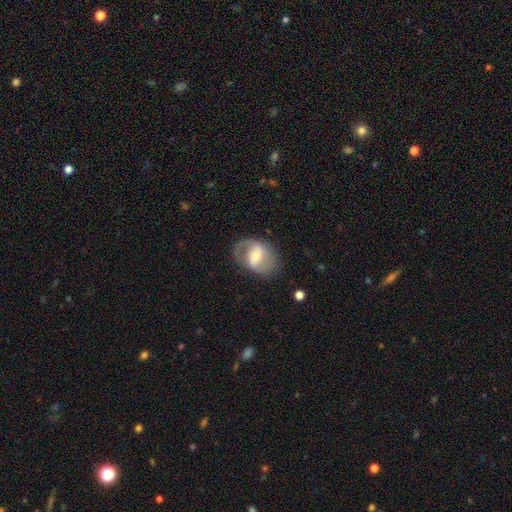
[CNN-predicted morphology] This is likely a featured or disk galaxy (72%). It is clearly not viewed edge-on (96%). Bar: marginally weak (45%). Spiral arm pattern: clearly yes (83%). Spiral arm count: likely 2 (77%). Spiral winding: possibly medium (47%). Central bulge: possibly moderate (51%). Merging: likely none (68%).